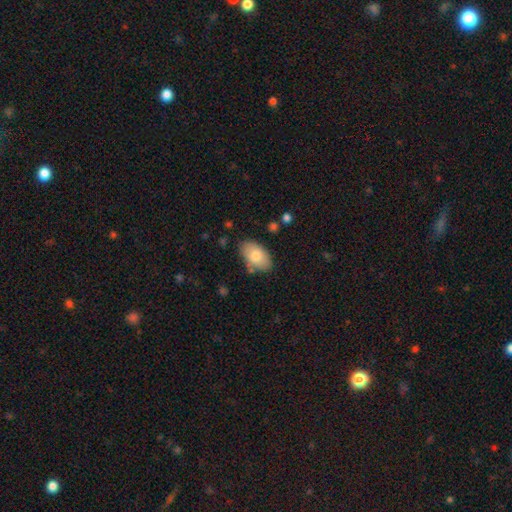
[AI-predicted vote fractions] This is likely a smooth galaxy (77%). How rounded: clearly in between (93%). Merging: likely none (78%).